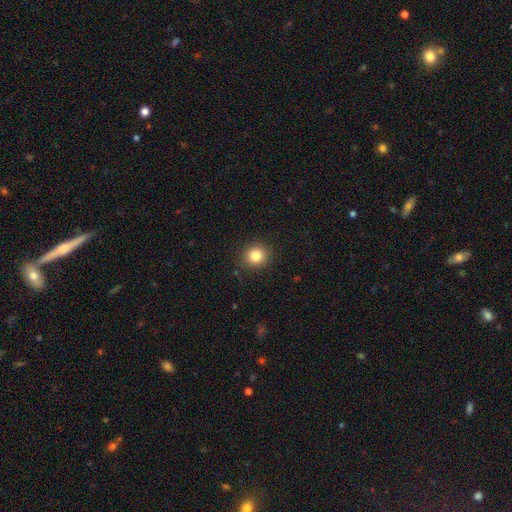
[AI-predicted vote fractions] smooth-or-featured: smooth: 83% | star or artifact: 11% | featured or disk: 6%
  how-rounded: round: 87% | in between: 12% | cigar-shaped: 1%
  merging: none: 89% | minor disturbance: 7% | major disturbance: 2% | merger: 1%